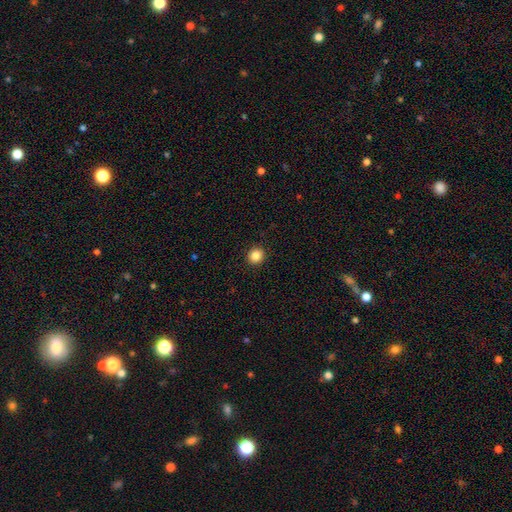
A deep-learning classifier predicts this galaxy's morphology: Smooth or featured?
  - smooth: 85% *
  - star or artifact: 11%
  - featured or disk: 4%
How rounded?
  - round: 90% *
  - in between: 10%
  - cigar-shaped: 1%
Merging?
  - none: 93% *
  - minor disturbance: 5%
  - major disturbance: 2%
  - merger: 1%